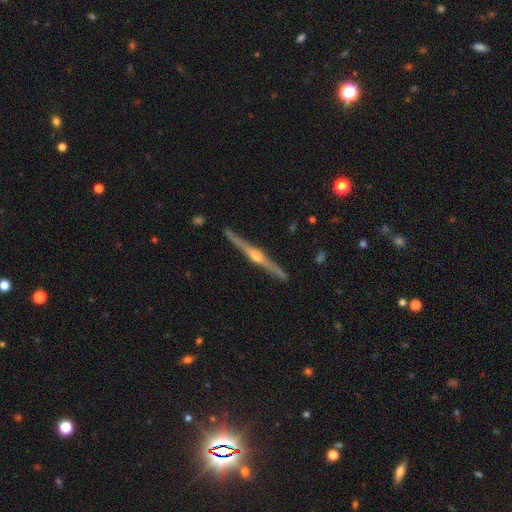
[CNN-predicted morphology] This appears to be a featured or disk galaxy (85%) viewed edge-on (99%) with a rounded central bulge (93%). Merging: none (91%).